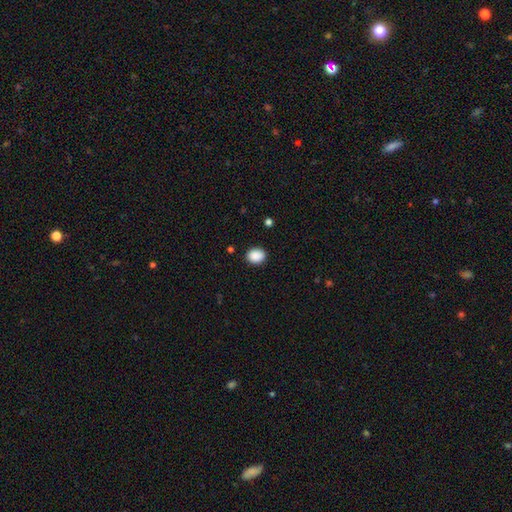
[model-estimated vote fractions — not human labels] Morphology: type=smooth (89%); roundness=round (53%); merging=none (88%).